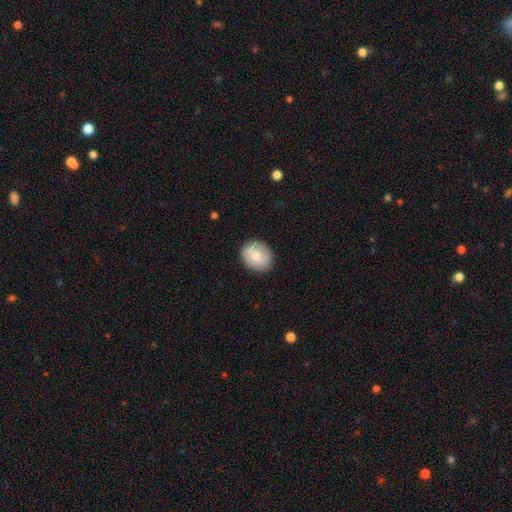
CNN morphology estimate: smooth-or-featured: smooth: 69% | featured or disk: 24% | star or artifact: 7%
  how-rounded: round: 61% | in between: 38% | cigar-shaped: 1%
  merging: none: 86% | minor disturbance: 10% | major disturbance: 2% | merger: 1%